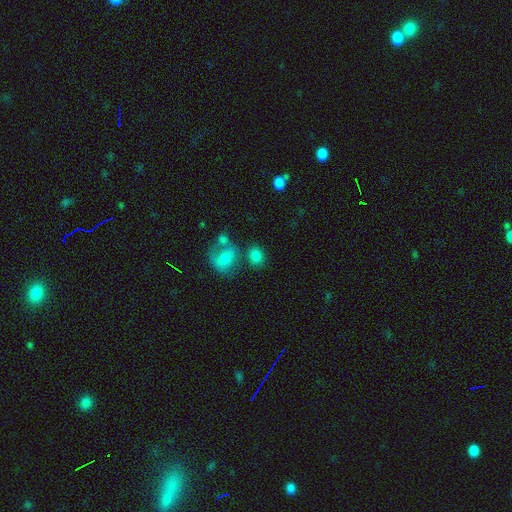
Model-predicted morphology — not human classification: Overall: smooth (81%). How rounded: round (53%; in between 45%). Merging: none (56%; merger 24%).